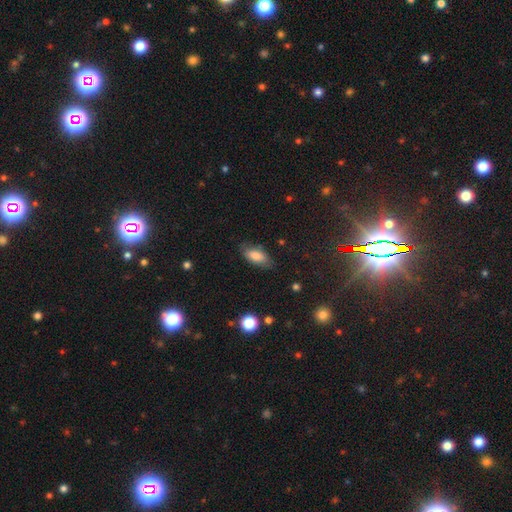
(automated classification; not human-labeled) Overall: smooth (80%). How rounded: in between (86%). Merging: none (77%).